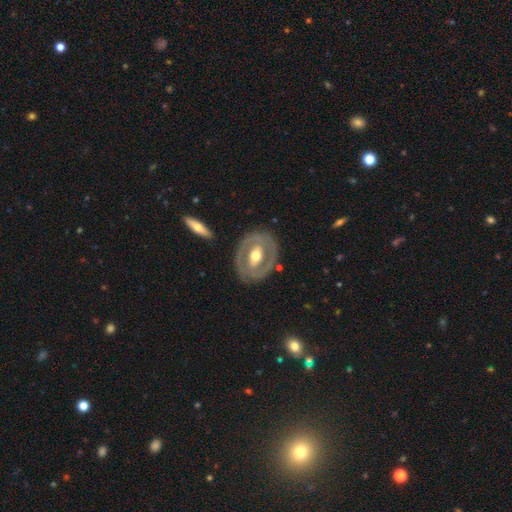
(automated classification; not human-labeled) This is likely a featured or disk galaxy (70%). It is clearly not viewed edge-on (93%). Bar: marginally no (34%). Spiral arm pattern: likely no (68%). Central bulge: likely moderate (73%). Merging: likely none (80%).